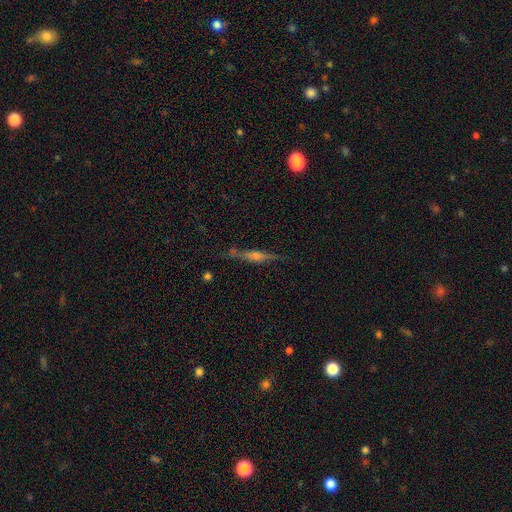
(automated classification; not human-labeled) smooth_or_featured: featured or disk (p=0.67) [alt: smooth p=0.23]
disk_edge_on: yes (p=0.96) [alt: no p=0.04]
edge_on_bulge: rounded (p=0.68) [alt: boxy p=0.20]
merging: none (p=0.78) [alt: minor disturbance p=0.14]